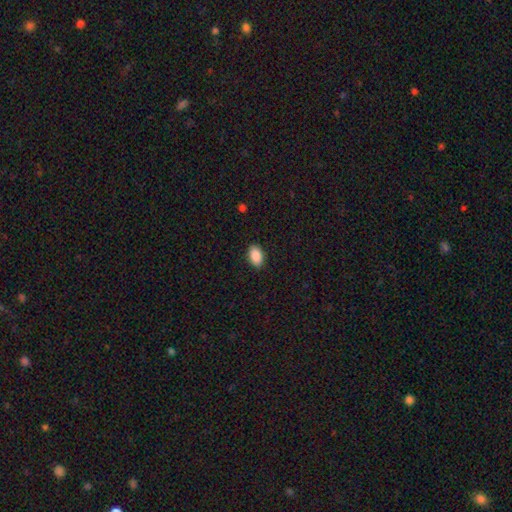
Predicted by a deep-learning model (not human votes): smooth-or-featured: smooth: 90% | star or artifact: 7% | featured or disk: 3%
  how-rounded: in between: 91% | round: 8% | cigar-shaped: 1%
  merging: none: 89% | minor disturbance: 8% | major disturbance: 2% | merger: 1%